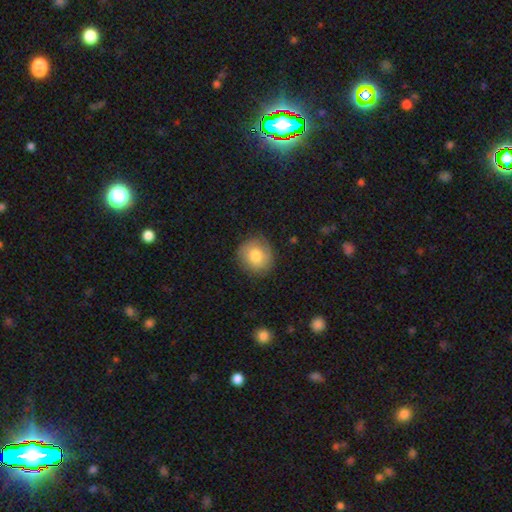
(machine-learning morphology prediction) The model was most divided on "smooth or featured": smooth: 74%, featured or disk: 18%, star or artifact: 8%. More confident: how rounded — round (86%); merging — none (82%).